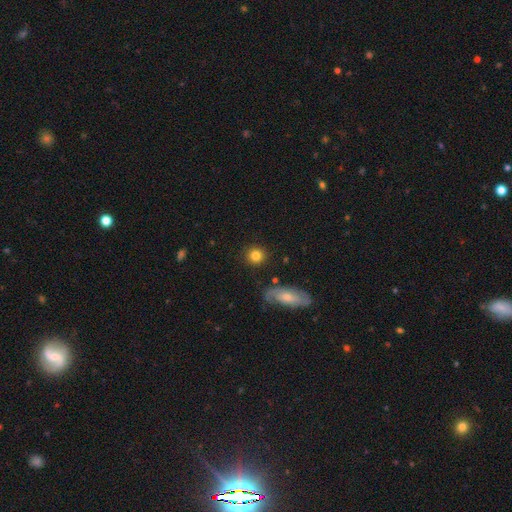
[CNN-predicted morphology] A smooth galaxy with no disk features (81%) that is round (90%). Merging: none (87%).